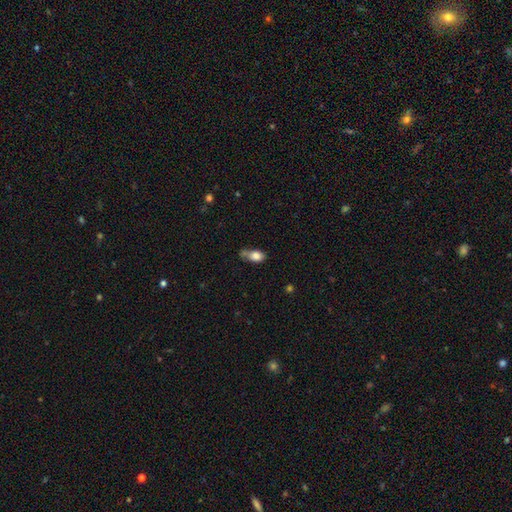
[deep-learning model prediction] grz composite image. It shows a smooth galaxy with no disk features (80%) that is in between round and cigar-shaped (83%). Merging: none (36%).